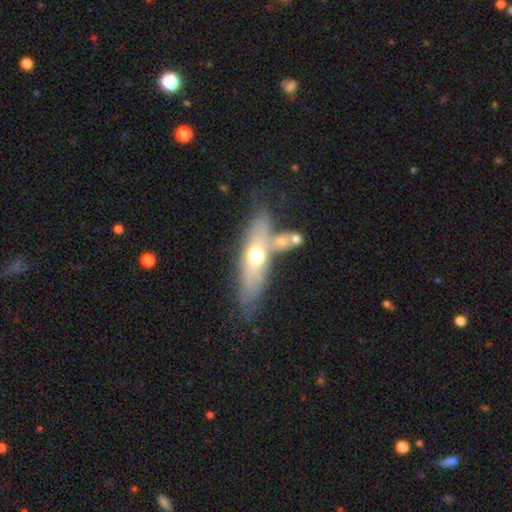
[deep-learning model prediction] smooth-or-featured: featured or disk: 54% | smooth: 39% | star or artifact: 7%
  disk-edge-on: yes: 56% | no: 44%
  merging: none: 44% | merger: 27% | minor disturbance: 18% | major disturbance: 11%